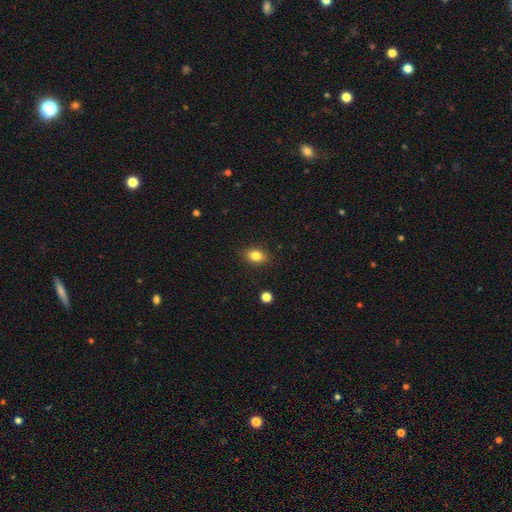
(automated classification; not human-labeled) Smooth or featured? smooth (83%)
How rounded? in between (81%)
Merging? none (87%)